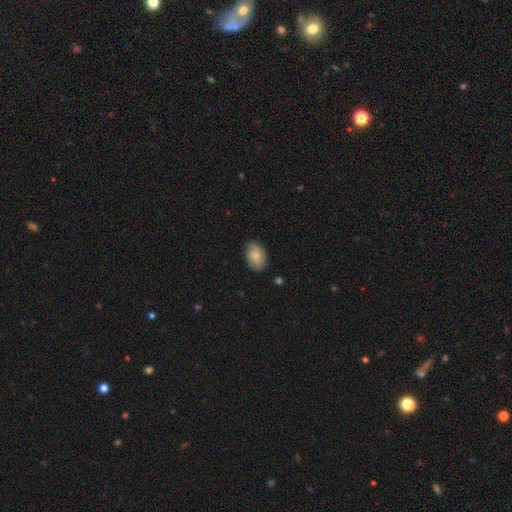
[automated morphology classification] smooth 80%, featured or disk 14%, star or artifact 6%. Down the decision tree: how rounded — in between (89%); merging — none (82%).